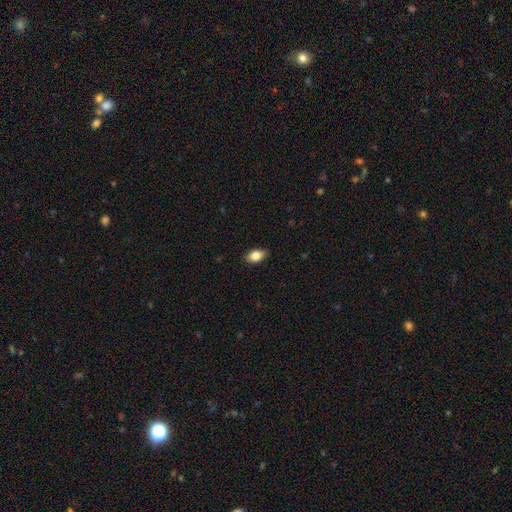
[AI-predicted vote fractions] Smooth or featured: smooth — 84% (featured or disk — 8%)
How rounded: in between — 88% (round — 9%)
Merging: none — 88% (minor disturbance — 9%)